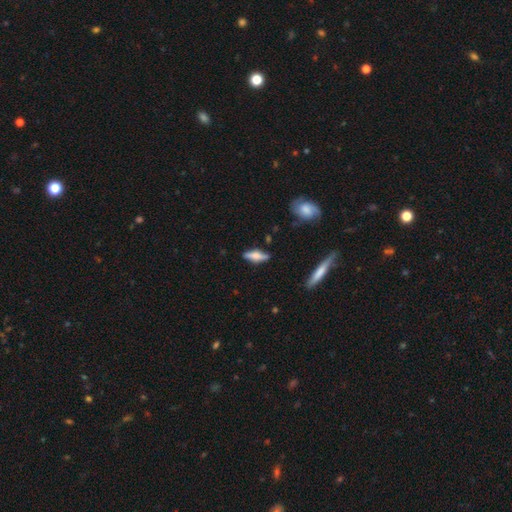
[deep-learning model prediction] Overall: smooth (55%; featured or disk 38%). How rounded: cigar-shaped (53%; in between 44%). Merging: none (81%).